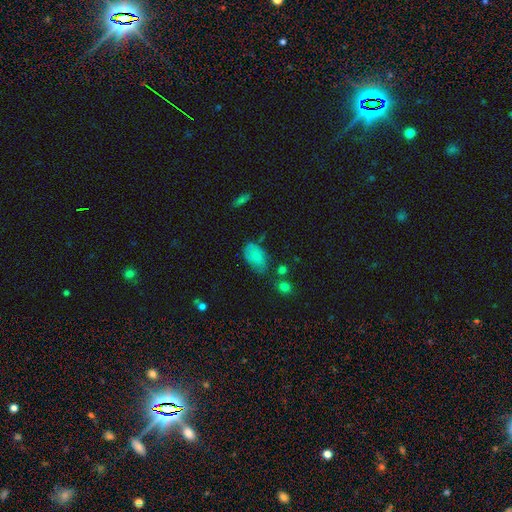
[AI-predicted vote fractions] Smooth or featured?
  - smooth: 80% *
  - featured or disk: 12%
  - star or artifact: 9%
How rounded?
  - in between: 92% *
  - round: 6%
  - cigar-shaped: 2%
Merging?
  - none: 54% *
  - minor disturbance: 30%
  - major disturbance: 10%
  - merger: 6%